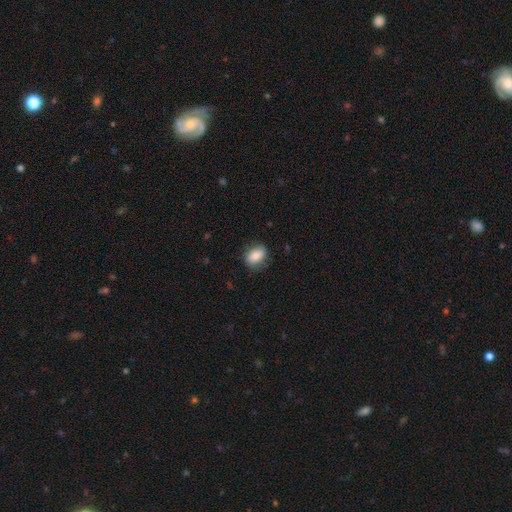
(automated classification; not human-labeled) smooth-or-featured: smooth: 76% | featured or disk: 16% | star or artifact: 8%
  how-rounded: in between: 65% | round: 33% | cigar-shaped: 1%
  merging: none: 80% | minor disturbance: 15% | major disturbance: 4% | merger: 1%